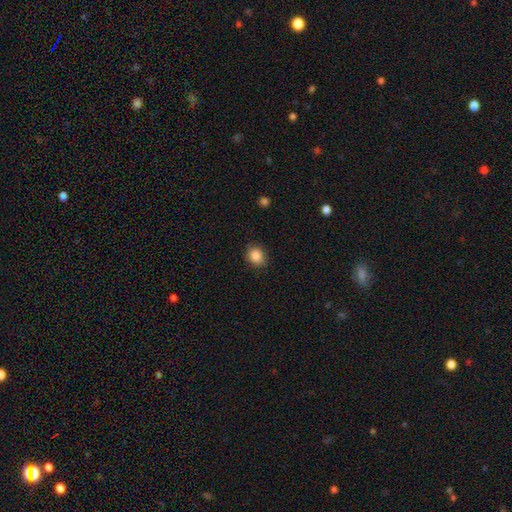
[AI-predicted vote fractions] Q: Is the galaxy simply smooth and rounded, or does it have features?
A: smooth — 87%.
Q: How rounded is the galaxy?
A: round — 62%.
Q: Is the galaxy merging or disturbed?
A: none — 84%.